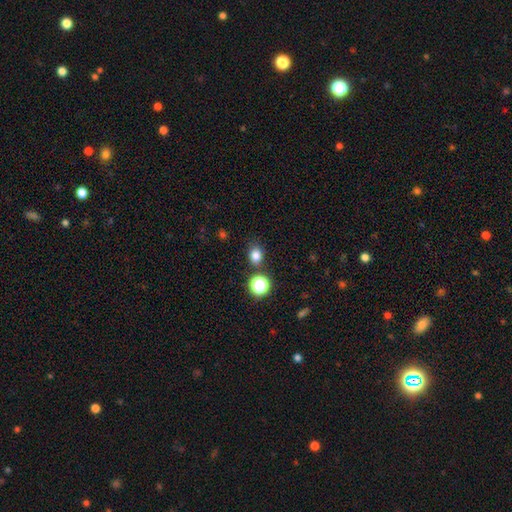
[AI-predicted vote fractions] Smooth or featured? Predicted: smooth (p=0.79). How rounded? Predicted: round (p=0.59). Merging? Predicted: none (p=0.78).